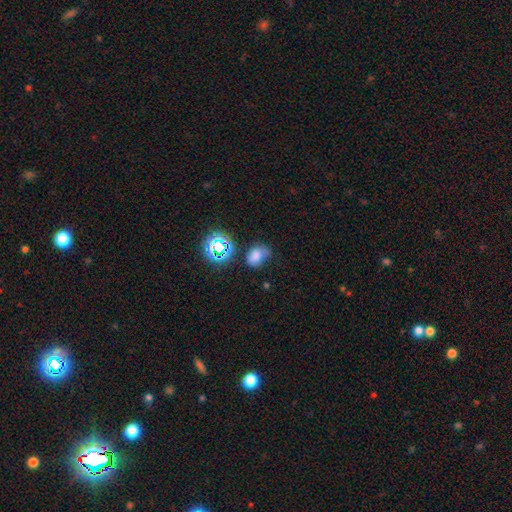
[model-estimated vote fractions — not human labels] smooth_or_featured: smooth (p=0.67) [alt: star or artifact p=0.21]
how_rounded: in between (p=0.68) [alt: round p=0.31]
merging: none (p=0.46) [alt: minor disturbance p=0.33]